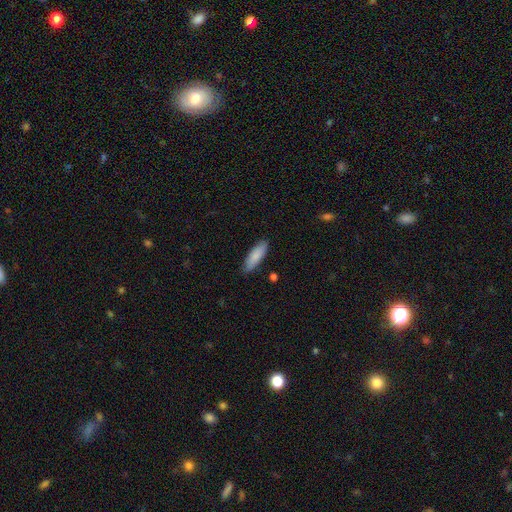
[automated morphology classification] Smooth or featured: smooth — 86% (featured or disk — 9%)
How rounded: in between — 51% (cigar-shaped — 48%)
Merging: none — 86% (minor disturbance — 11%)